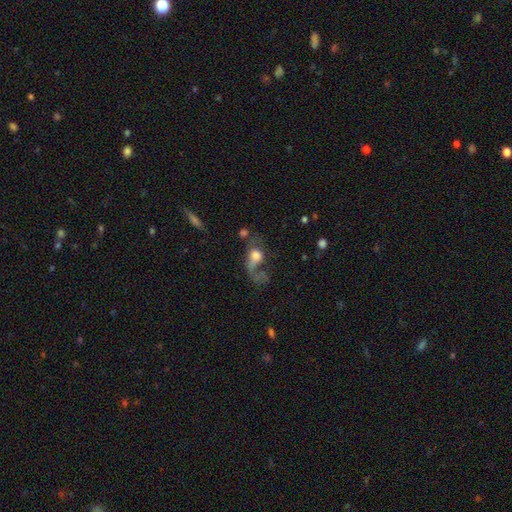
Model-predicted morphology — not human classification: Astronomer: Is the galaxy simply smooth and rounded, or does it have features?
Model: smooth — 55% (runner-up: featured or disk, 33%).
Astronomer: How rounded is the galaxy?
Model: in between — 52% (runner-up: round, 44%).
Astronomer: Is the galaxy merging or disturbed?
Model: major disturbance — 55%.